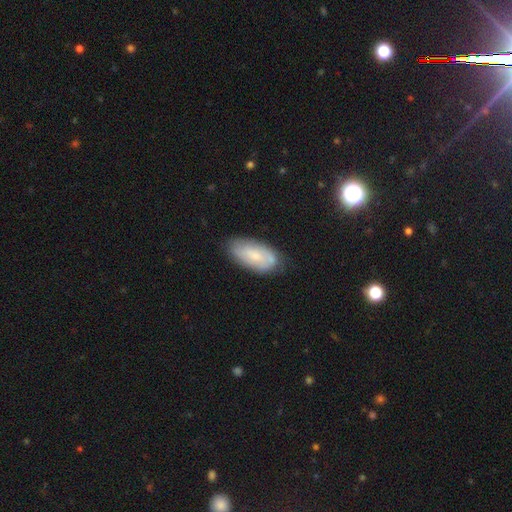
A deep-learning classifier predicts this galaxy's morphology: Smooth or featured: smooth — 58% (featured or disk — 35%)
How rounded: in between — 91% (cigar-shaped — 6%)
Merging: none — 71% (minor disturbance — 22%)